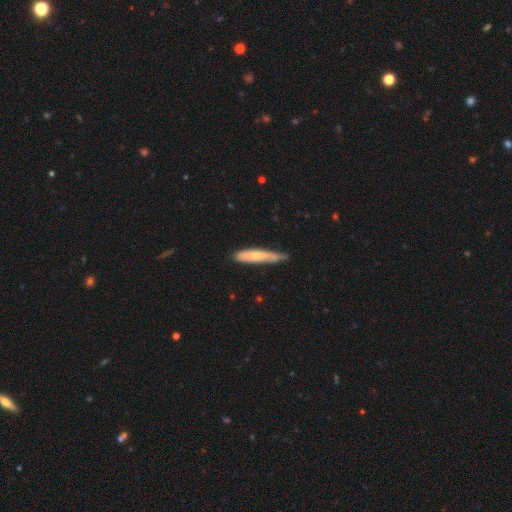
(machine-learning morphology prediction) A smooth galaxy with no disk features (61%) that is cigar-shaped (87%).

Vote fractions:
- Smooth or featured? smooth: 61% / featured or disk: 33% / star or artifact: 6%
- How rounded? cigar-shaped: 87% / in between: 12% / round: 1%
- Merging? none: 60% / minor disturbance: 31% / major disturbance: 5% / merger: 3%